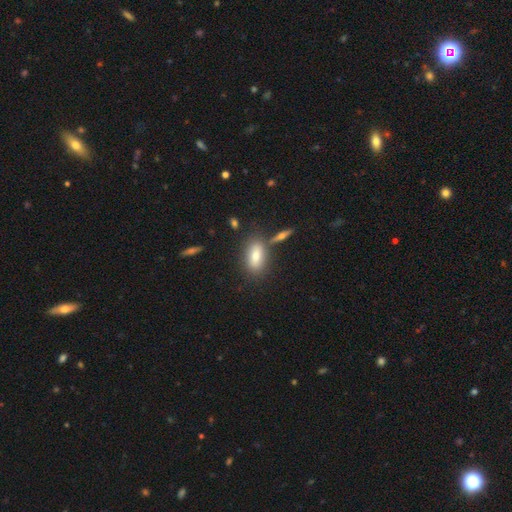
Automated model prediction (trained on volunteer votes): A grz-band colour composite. It shows a smooth galaxy with no disk features (73%) that is in between round and cigar-shaped (85%). Merging: none (72%).